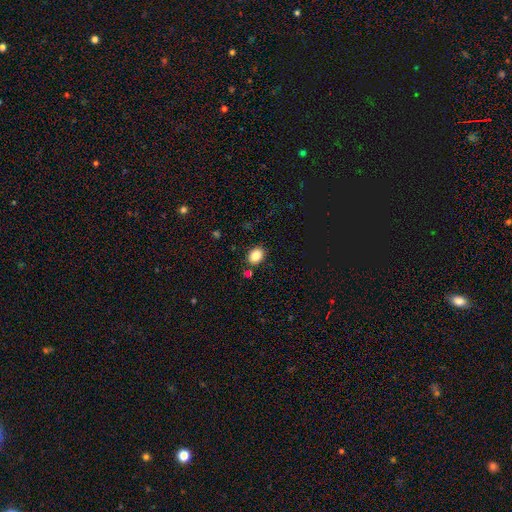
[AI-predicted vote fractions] Smooth or featured? Predicted: smooth (p=0.86). How rounded? Predicted: in between (p=0.64). Merging? Predicted: none (p=0.80).